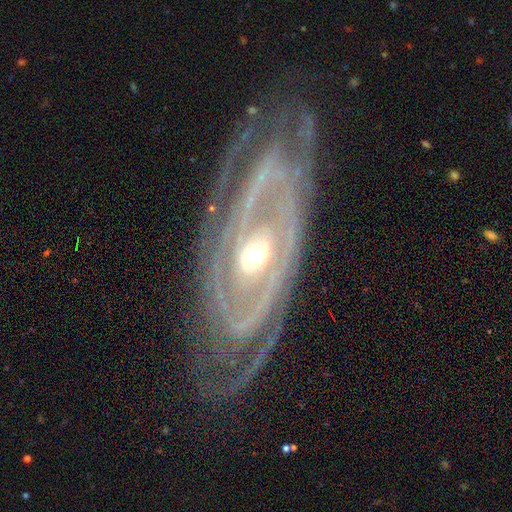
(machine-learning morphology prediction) Q: Smooth or featured?
A: featured or disk (88%); runner-up: smooth (7%)
Q: Edge-on disk?
A: no (92%); runner-up: yes (8%)
Q: Bar?
A: no (63%); runner-up: weak (23%)
Q: Spiral arms?
A: yes (83%); runner-up: no (17%)
Q: Spiral winding?
A: tight (59%); runner-up: medium (28%)
Q: Spiral arm count?
A: 2 (44%); runner-up: can't tell (26%)
Q: Bulge size?
A: moderate (64%); runner-up: small (27%)
Q: Merging?
A: none (67%); runner-up: minor disturbance (17%)